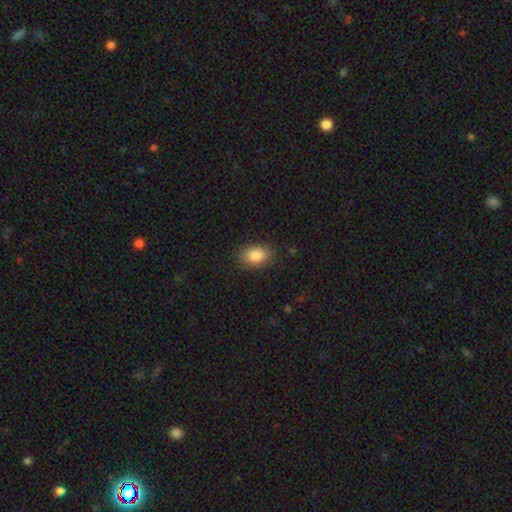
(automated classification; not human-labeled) Smooth or featured?
  - smooth: 87% *
  - star or artifact: 8%
  - featured or disk: 6%
How rounded?
  - in between: 88% *
  - round: 10%
  - cigar-shaped: 2%
Merging?
  - none: 85% *
  - minor disturbance: 11%
  - major disturbance: 3%
  - merger: 1%